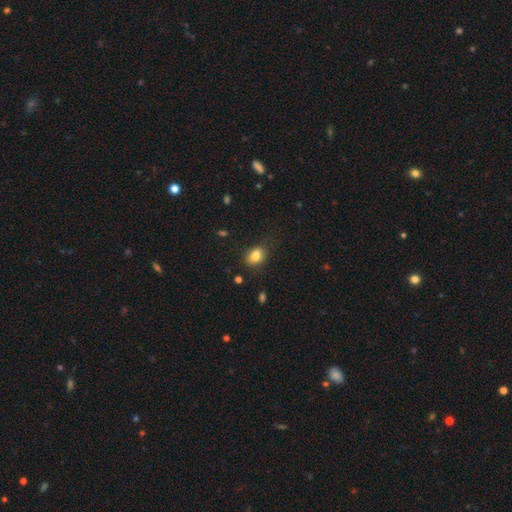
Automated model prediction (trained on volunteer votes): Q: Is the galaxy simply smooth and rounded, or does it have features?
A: smooth — 84%.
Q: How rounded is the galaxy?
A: in between — 73%.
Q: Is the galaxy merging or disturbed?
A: none — 75%.